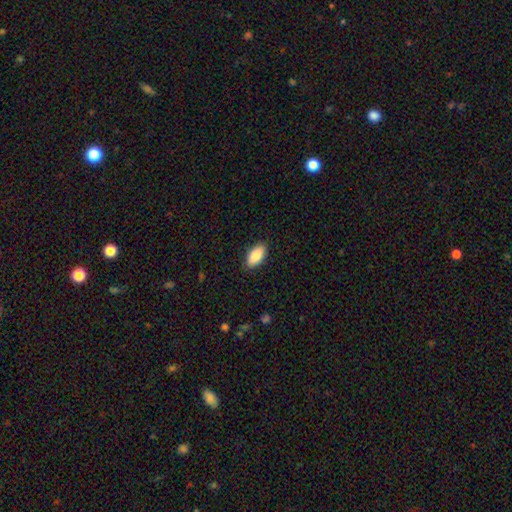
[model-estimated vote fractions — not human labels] Smooth or featured?
  - smooth: 89% *
  - star or artifact: 6%
  - featured or disk: 5%
How rounded?
  - in between: 94% *
  - cigar-shaped: 4%
  - round: 2%
Merging?
  - none: 88% *
  - minor disturbance: 9%
  - major disturbance: 2%
  - merger: 1%